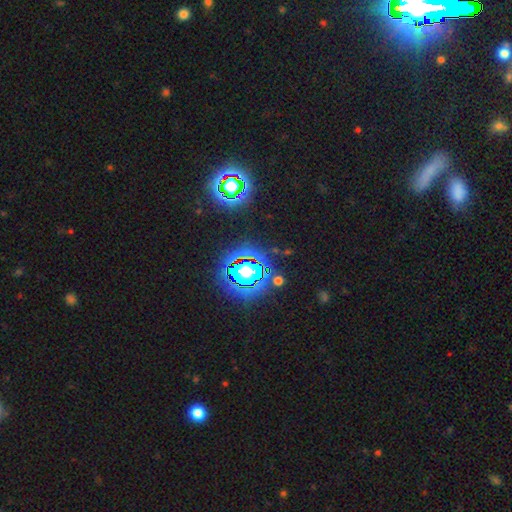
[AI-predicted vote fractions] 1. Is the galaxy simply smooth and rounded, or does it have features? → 80% star or artifact, 12% smooth, 8% featured or disk.